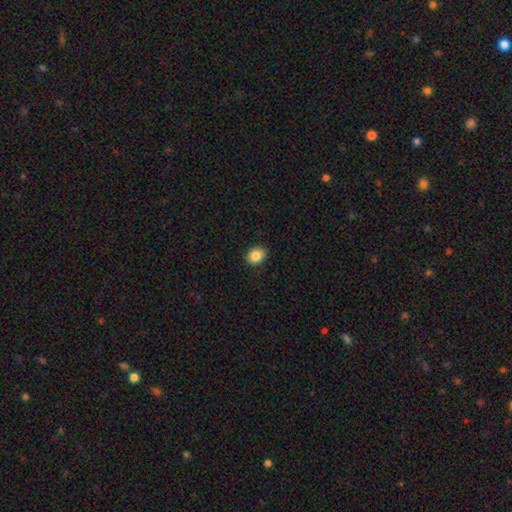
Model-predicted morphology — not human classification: smooth_or_featured: smooth (p=0.86) [alt: star or artifact p=0.09]
how_rounded: in between (p=0.53) [alt: round p=0.46]
merging: none (p=0.89) [alt: minor disturbance p=0.08]